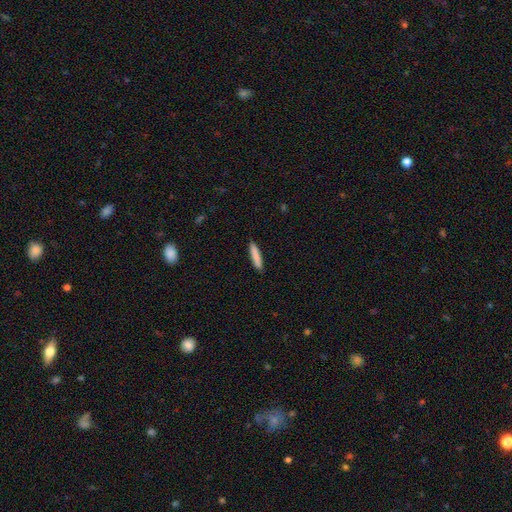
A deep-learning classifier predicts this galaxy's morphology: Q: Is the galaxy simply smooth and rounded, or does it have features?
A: smooth — 85%.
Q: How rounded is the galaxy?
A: cigar-shaped — 89%.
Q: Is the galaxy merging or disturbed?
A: none — 90%.